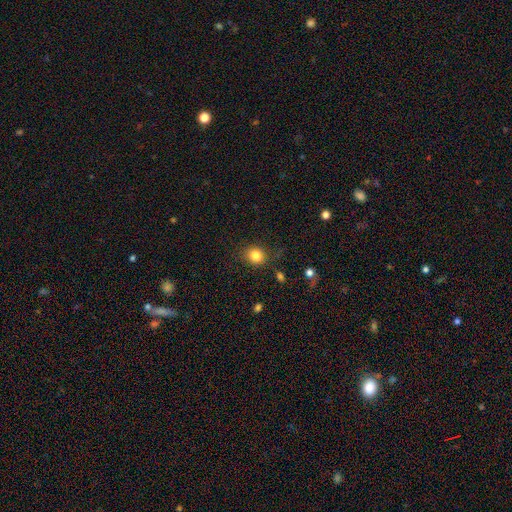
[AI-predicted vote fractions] Morphology: type=smooth (83%); roundness=round (73%); merging=none (83%).